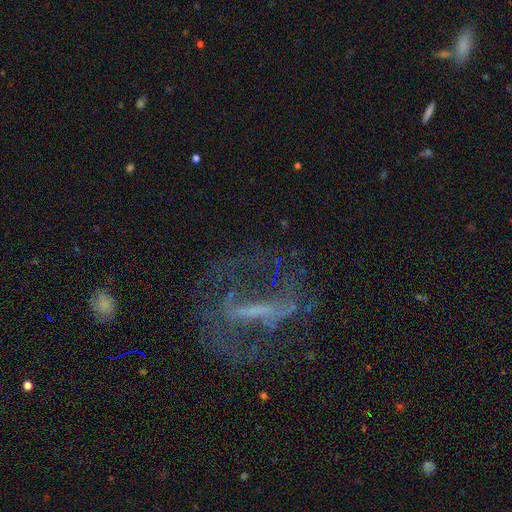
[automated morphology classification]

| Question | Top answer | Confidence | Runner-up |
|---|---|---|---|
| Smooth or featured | featured or disk | 70% | star or artifact (17%) |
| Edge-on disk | no | 89% | yes (11%) |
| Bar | strong | 58% | weak (25%) |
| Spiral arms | yes | 59% | no (41%) |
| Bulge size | none | 49% | small (29%) |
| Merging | none | 53% | major disturbance (29%) |